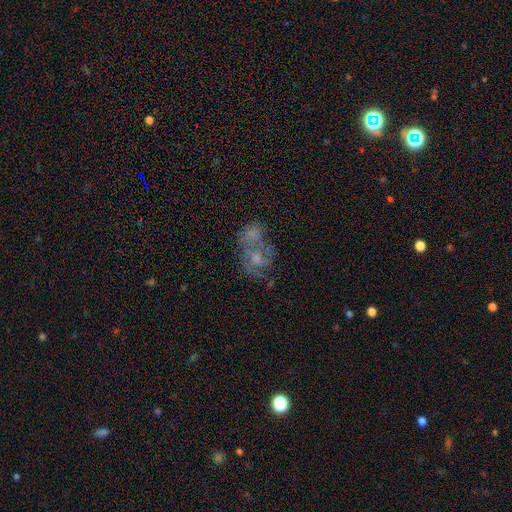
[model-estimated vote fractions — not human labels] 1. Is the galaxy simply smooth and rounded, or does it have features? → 65% featured or disk, 22% smooth, 13% star or artifact.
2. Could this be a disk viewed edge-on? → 97% no, 3% yes.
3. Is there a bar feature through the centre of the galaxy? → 67% no, 28% weak, 5% strong.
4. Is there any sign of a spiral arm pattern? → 70% yes, 30% no.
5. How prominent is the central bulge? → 45% moderate, 35% small, 13% none, 5% large, 2% dominant.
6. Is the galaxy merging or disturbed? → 45% merger, 30% none, 13% minor disturbance, 13% major disturbance.